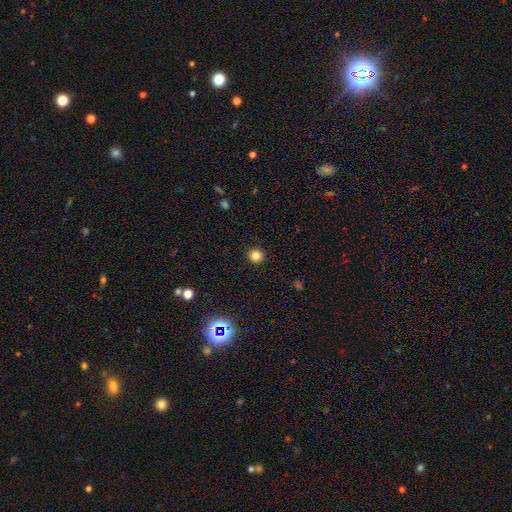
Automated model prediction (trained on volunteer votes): smooth 82%, star or artifact 14%, featured or disk 5%. Down the decision tree: how rounded — round (92%); merging — none (93%).